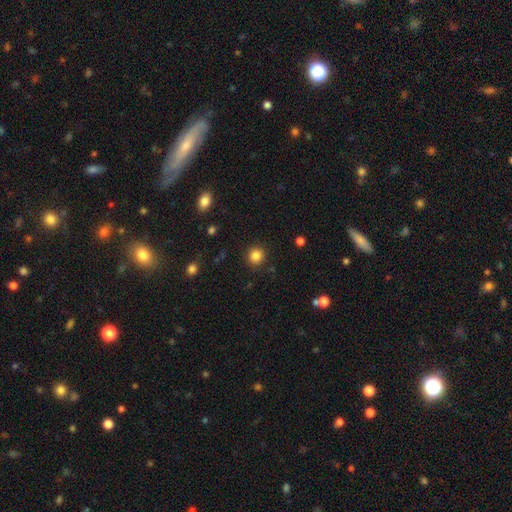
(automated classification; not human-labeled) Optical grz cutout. It shows a smooth galaxy with no disk features (84%) that is round (91%). Merging: none (90%).